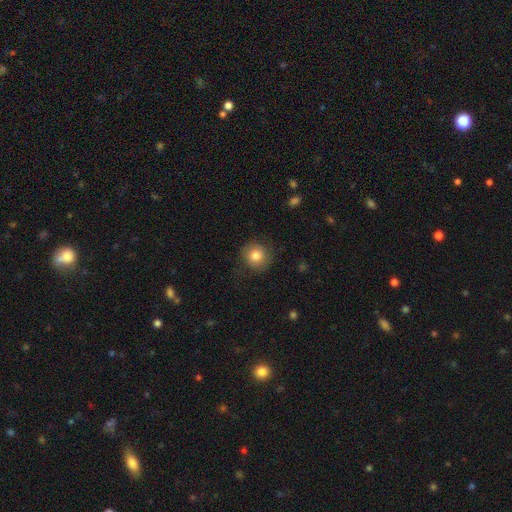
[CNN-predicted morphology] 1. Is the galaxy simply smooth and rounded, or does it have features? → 80% smooth, 10% featured or disk, 9% star or artifact.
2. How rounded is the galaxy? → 90% round, 9% in between, 1% cigar-shaped.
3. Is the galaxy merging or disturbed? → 84% none, 11% minor disturbance, 4% major disturbance, 1% merger.